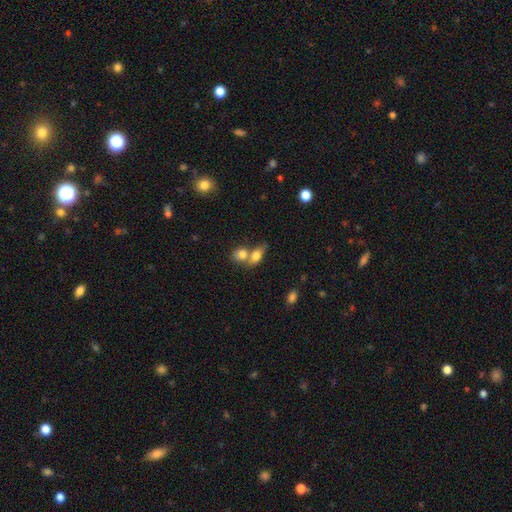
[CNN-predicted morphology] type=smooth (76%); roundness=in between (70%); merging=merger (62%).